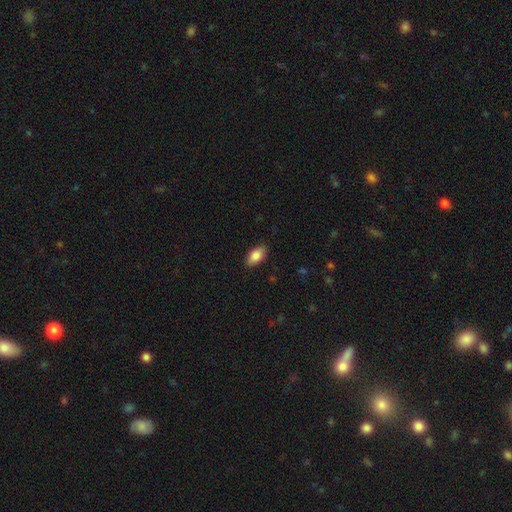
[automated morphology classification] This is clearly a smooth galaxy (85%). How rounded: clearly in between (92%). Merging: clearly none (87%).